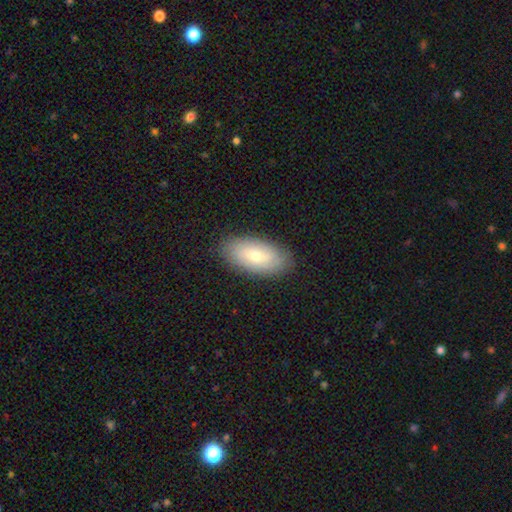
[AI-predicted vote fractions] smooth-or-featured: smooth: 68% | featured or disk: 25% | star or artifact: 7%
  how-rounded: in between: 92% | cigar-shaped: 5% | round: 3%
  merging: none: 88% | minor disturbance: 9% | major disturbance: 2% | merger: 1%